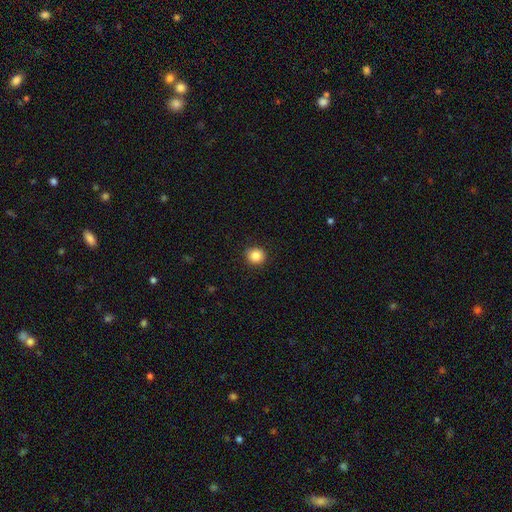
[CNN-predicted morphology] type=smooth (86%); roundness=round (91%); merging=none (91%).